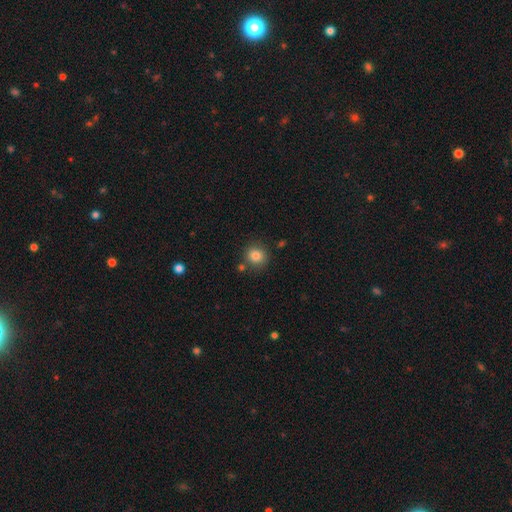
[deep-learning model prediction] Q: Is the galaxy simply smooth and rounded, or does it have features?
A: smooth — 83%.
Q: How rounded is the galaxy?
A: round — 86%.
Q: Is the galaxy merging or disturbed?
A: none — 80%.